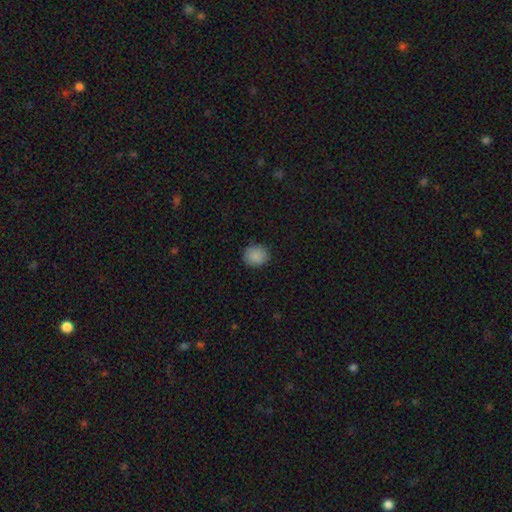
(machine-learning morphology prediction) Smooth or featured? Predicted: smooth (p=0.88). How rounded? Predicted: round (p=0.78). Merging? Predicted: none (p=0.88).